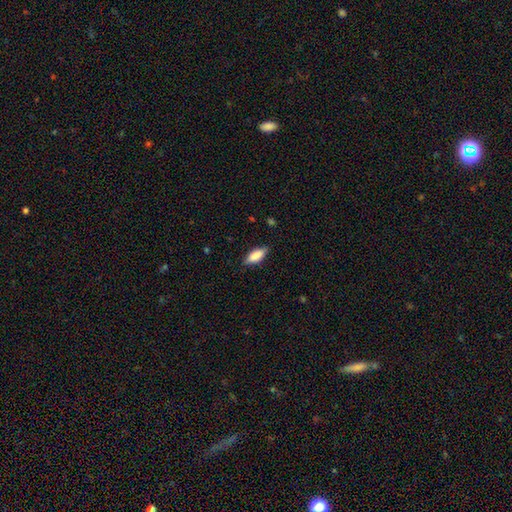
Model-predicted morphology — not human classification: A smooth galaxy with no disk features (82%) that is in between round and cigar-shaped (76%).

Vote fractions:
- Smooth or featured? smooth: 82% / featured or disk: 12% / star or artifact: 6%
- How rounded? in between: 76% / cigar-shaped: 22% / round: 2%
- Merging? none: 82% / minor disturbance: 14% / major disturbance: 3% / merger: 1%